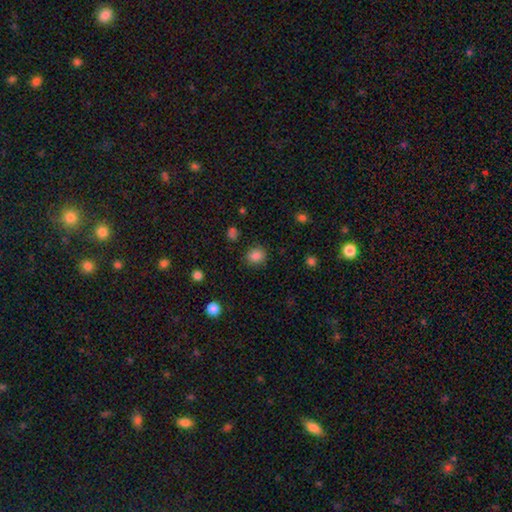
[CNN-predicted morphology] Overall: smooth (85%). How rounded: round (77%). Merging: none (85%).